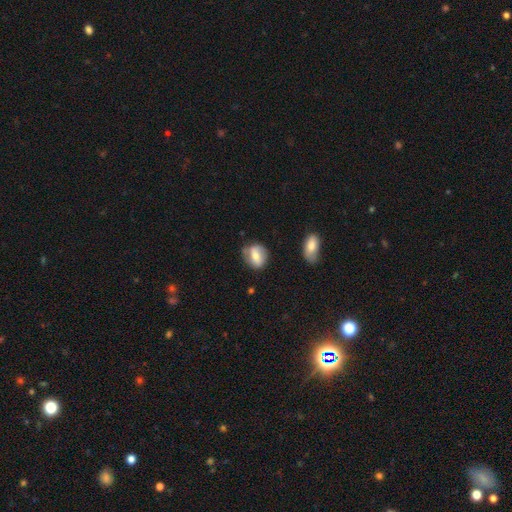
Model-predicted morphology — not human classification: Smooth or featured: smooth — 57% (featured or disk — 35%)
How rounded: round — 50% (in between — 47%)
Merging: none — 67% (minor disturbance — 23%)